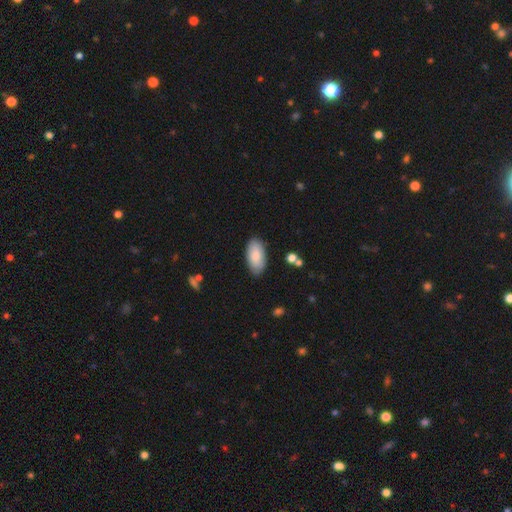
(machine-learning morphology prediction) Smooth or featured? smooth (82%)
How rounded? in between (94%)
Merging? none (84%)